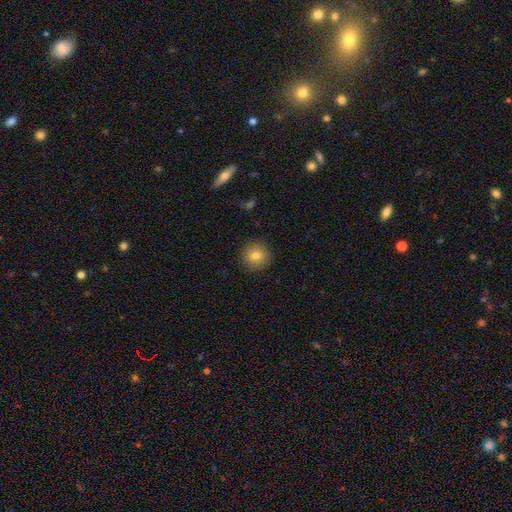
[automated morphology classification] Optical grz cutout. It shows a smooth galaxy with no disk features (79%) that is round (92%). Merging: none (90%).